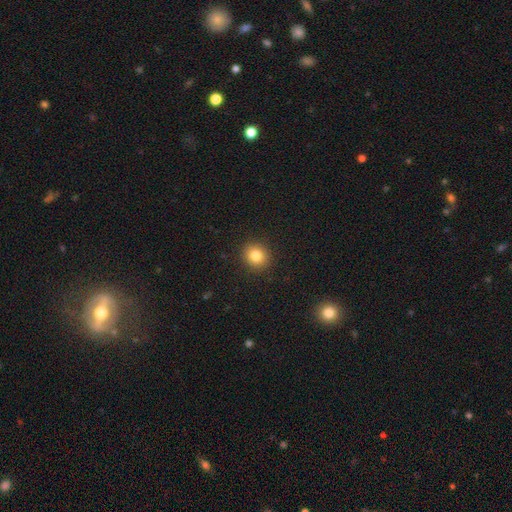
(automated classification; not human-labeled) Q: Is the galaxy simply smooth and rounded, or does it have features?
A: smooth — 83%.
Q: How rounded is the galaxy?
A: round — 85%.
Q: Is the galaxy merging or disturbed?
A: none — 91%.